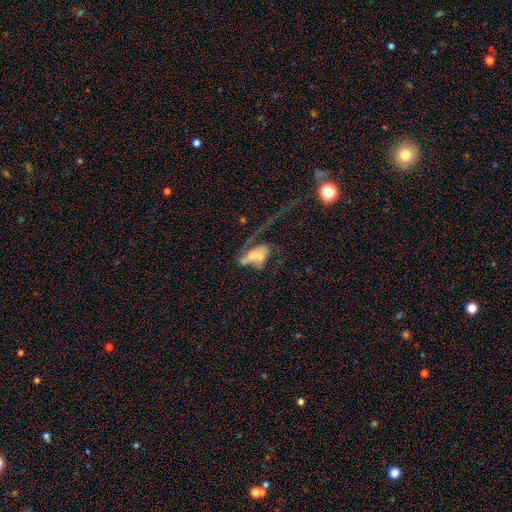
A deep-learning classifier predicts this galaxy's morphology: featured or disk 52%, smooth 37%, star or artifact 11%. Down the decision tree: edge-on disk — no (93%); merging — major disturbance (51%).